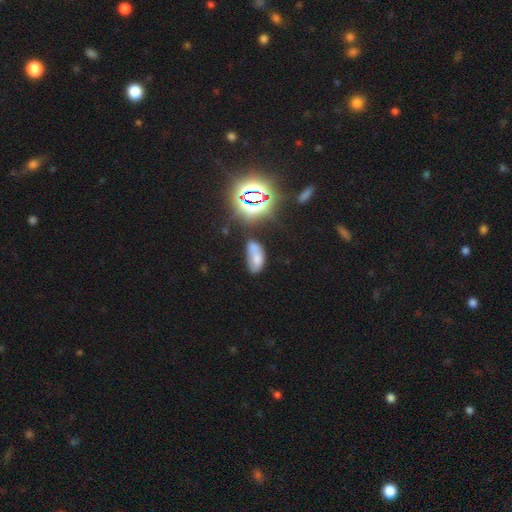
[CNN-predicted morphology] Smooth or featured? smooth (59%)
How rounded? in between (90%)
Merging? none (36%)